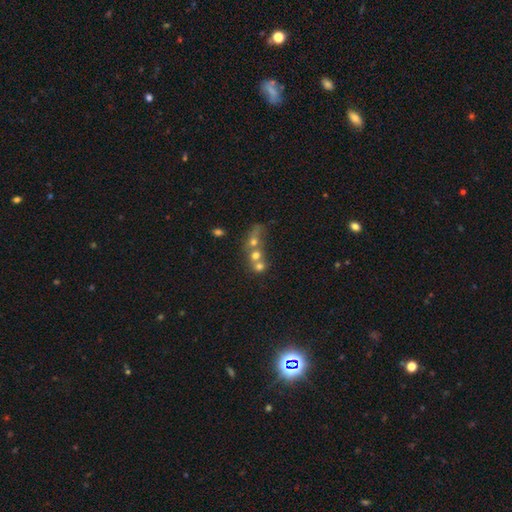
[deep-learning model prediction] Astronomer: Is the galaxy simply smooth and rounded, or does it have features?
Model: smooth — 56%.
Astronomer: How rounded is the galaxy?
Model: round — 71%.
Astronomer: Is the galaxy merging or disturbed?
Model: merger — 63%.